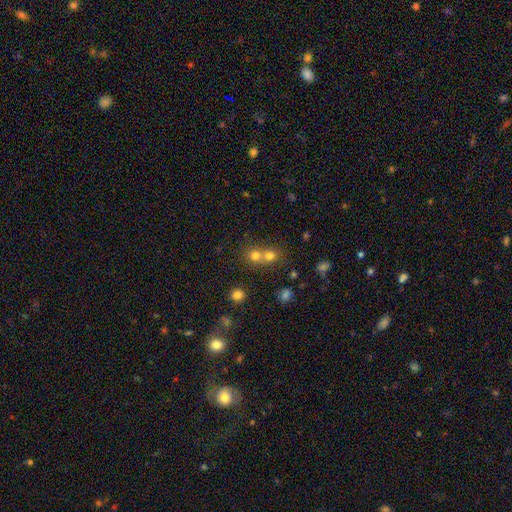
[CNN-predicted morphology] smooth-or-featured: smooth: 58% | star or artifact: 29% | featured or disk: 13%
  how-rounded: round: 84% | in between: 15% | cigar-shaped: 1%
  merging: none: 49% | merger: 42% | minor disturbance: 6% | major disturbance: 3%